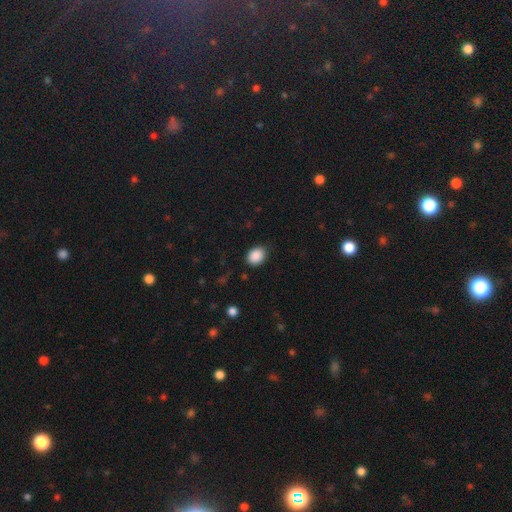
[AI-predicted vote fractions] This appears to be a smooth galaxy with no disk features (89%) that is in between round and cigar-shaped (61%). Merging: none (84%).